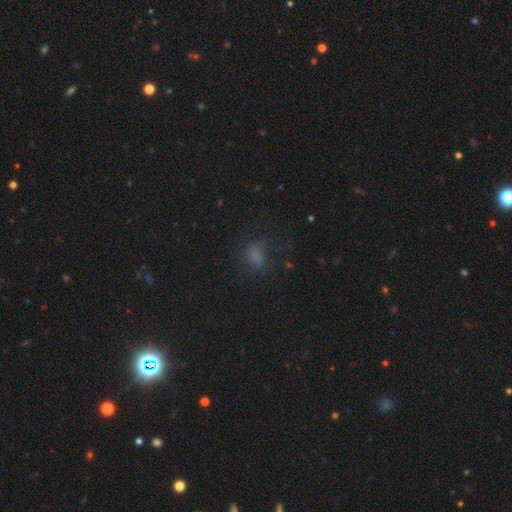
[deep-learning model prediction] smooth 59%, star or artifact 25%, featured or disk 17%. Down the decision tree: how rounded — in between (62%); merging — none (60%).